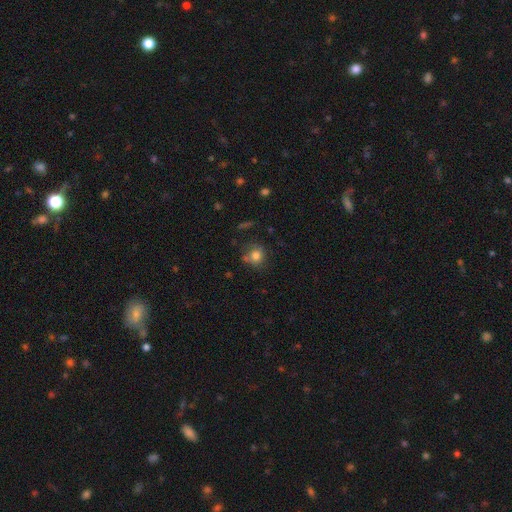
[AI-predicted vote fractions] Smooth or featured: smooth — 78% (star or artifact — 12%)
How rounded: round — 82% (in between — 17%)
Merging: none — 67% (minor disturbance — 18%)